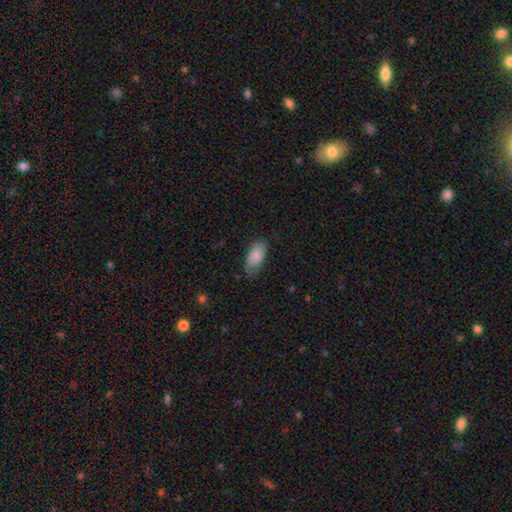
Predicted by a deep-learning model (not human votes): smooth_or_featured: smooth (p=0.86) [alt: featured or disk p=0.08]
how_rounded: in between (p=0.91) [alt: cigar-shaped p=0.06]
merging: none (p=0.72) [alt: minor disturbance p=0.22]